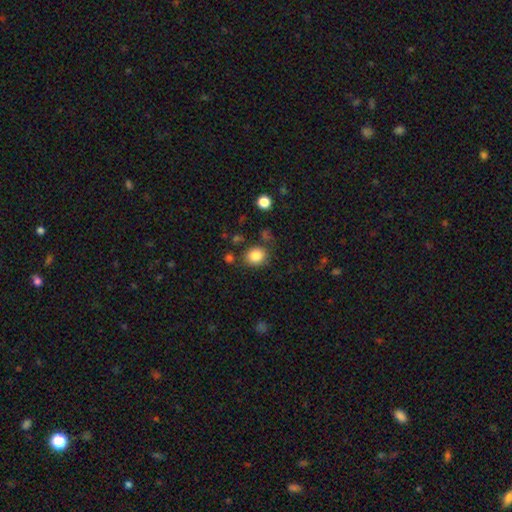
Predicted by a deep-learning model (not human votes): This appears to be a smooth galaxy with no disk features (84%) that is round (65%). Merging: none (80%).